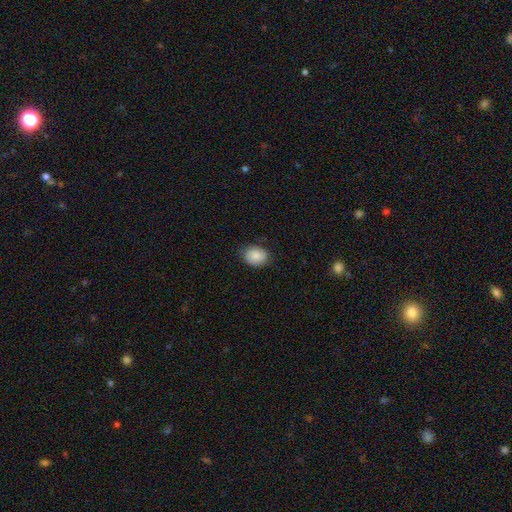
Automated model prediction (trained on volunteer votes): Smooth or featured? Predicted: smooth (p=0.82). How rounded? Predicted: in between (p=0.62). Merging? Predicted: none (p=0.80).